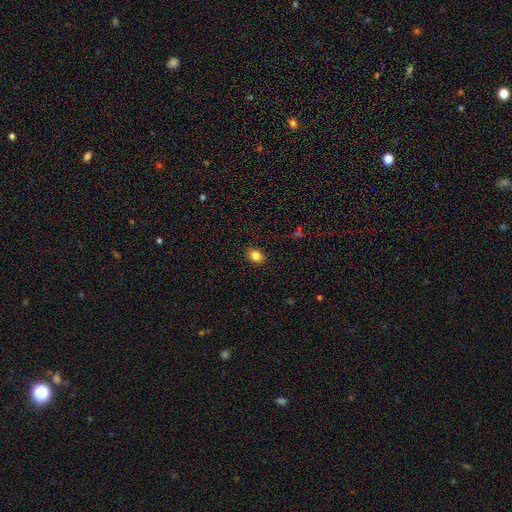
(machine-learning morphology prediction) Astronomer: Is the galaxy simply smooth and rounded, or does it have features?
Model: smooth — 84%.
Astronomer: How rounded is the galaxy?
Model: in between — 59% (runner-up: round, 40%).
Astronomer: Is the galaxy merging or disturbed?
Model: none — 89%.